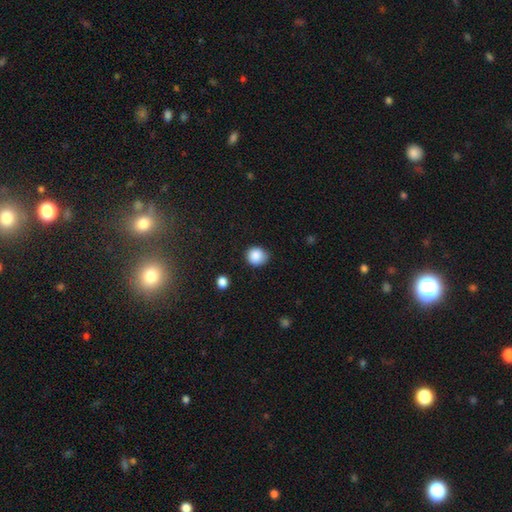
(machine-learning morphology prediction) The model was most divided on "merging": none: 78%, minor disturbance: 17%, major disturbance: 3%, merger: 2%. More confident: how rounded — round (88%); smooth or featured — smooth (87%).